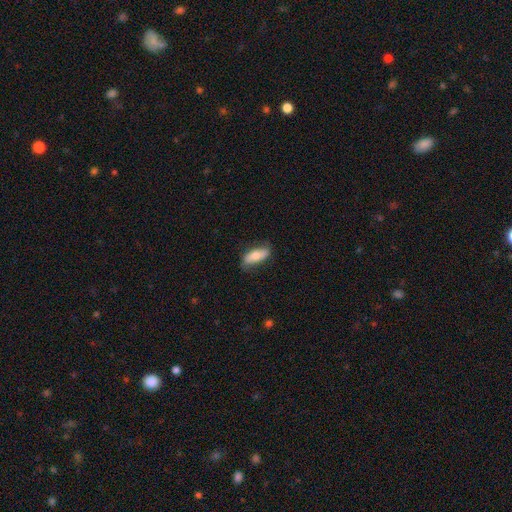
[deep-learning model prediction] Morphology: type=smooth (66%); roundness=in between (73%); merging=none (74%).